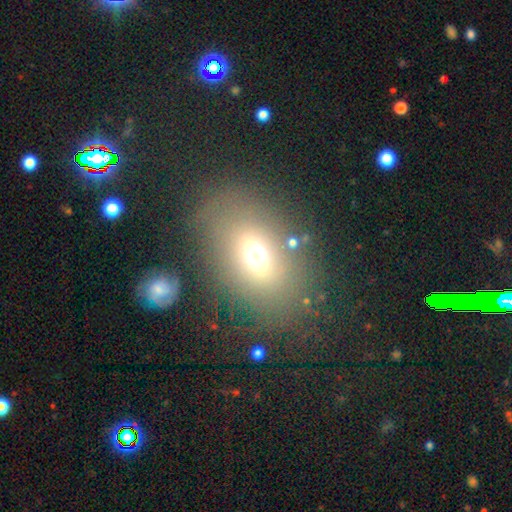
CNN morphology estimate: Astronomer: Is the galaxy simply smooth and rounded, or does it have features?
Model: smooth — 62%.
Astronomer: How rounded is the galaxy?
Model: in between — 79%.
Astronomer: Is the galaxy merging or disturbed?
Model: none — 69%.